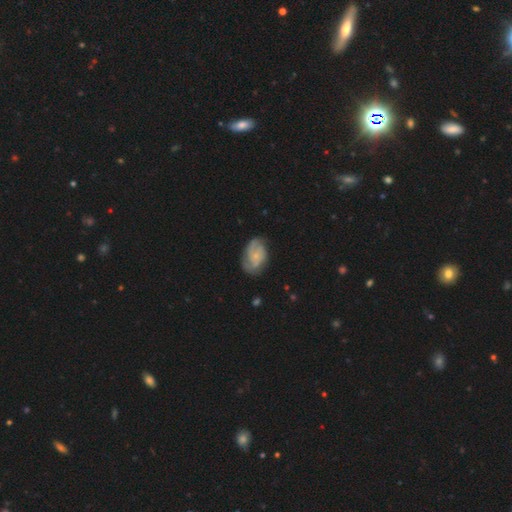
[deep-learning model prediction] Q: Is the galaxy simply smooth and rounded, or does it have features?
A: featured or disk — 69%.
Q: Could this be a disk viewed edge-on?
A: no — 97%.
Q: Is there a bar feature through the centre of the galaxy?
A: no — 72%.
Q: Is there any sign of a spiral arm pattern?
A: yes — 91%.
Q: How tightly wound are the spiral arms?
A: medium — 44%.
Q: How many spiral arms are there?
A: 2 — 48%.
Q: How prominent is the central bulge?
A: small — 70%.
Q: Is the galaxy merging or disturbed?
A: none — 67%.